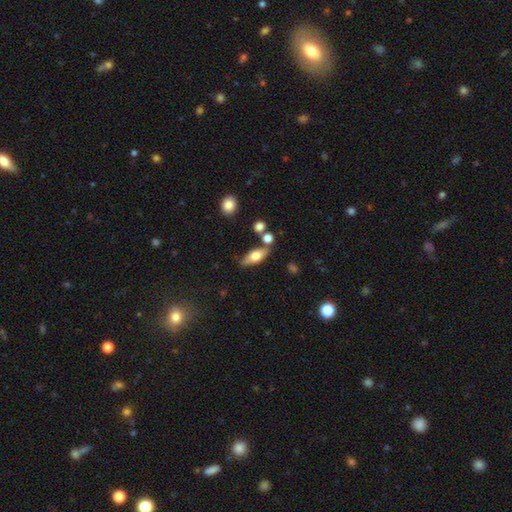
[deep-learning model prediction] A smooth galaxy with no disk features (64%) that is in between round and cigar-shaped (73%).

Vote fractions:
- Smooth or featured? smooth: 64% / featured or disk: 29% / star or artifact: 7%
- How rounded? in between: 73% / cigar-shaped: 23% / round: 4%
- Merging? none: 70% / minor disturbance: 15% / merger: 11% / major disturbance: 4%